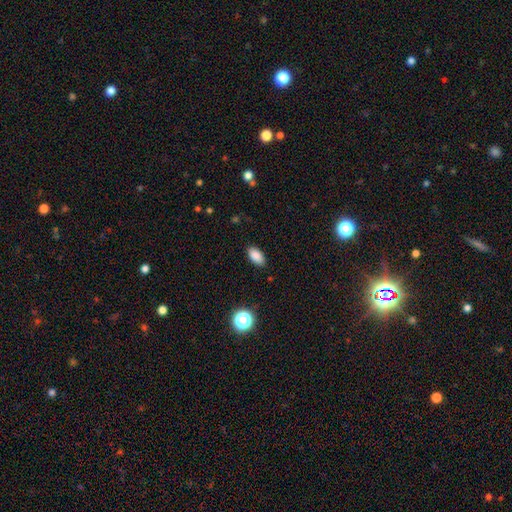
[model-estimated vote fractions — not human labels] This is clearly a smooth galaxy (87%). How rounded: clearly in between (92%). Merging: clearly none (87%).